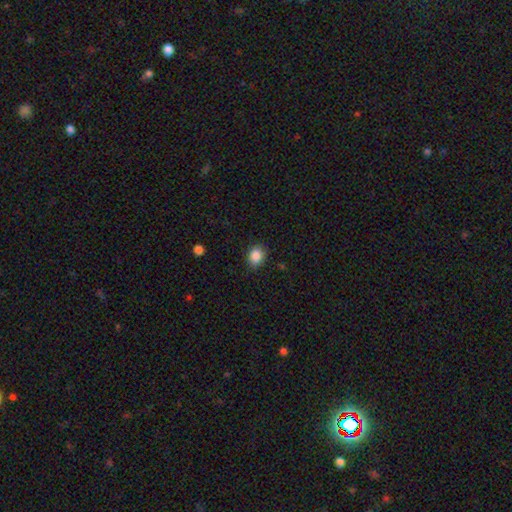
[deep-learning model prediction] smooth-or-featured: smooth: 88% | star or artifact: 9% | featured or disk: 3%
  how-rounded: in between: 54% | round: 45% | cigar-shaped: 1%
  merging: none: 84% | minor disturbance: 12% | major disturbance: 3% | merger: 1%